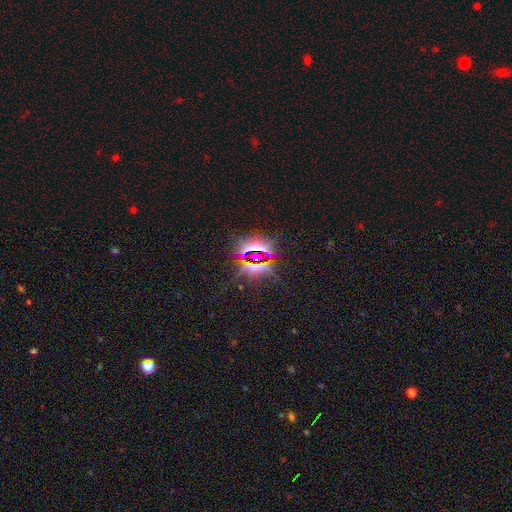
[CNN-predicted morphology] Smooth or featured? star or artifact (77%)